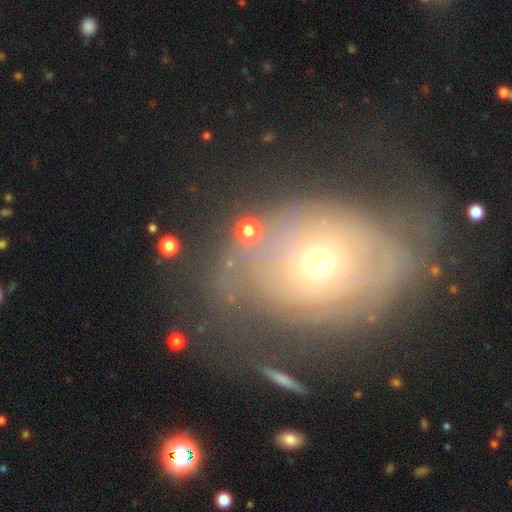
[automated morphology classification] A featured or disk galaxy (48%). Merging: none (47%).